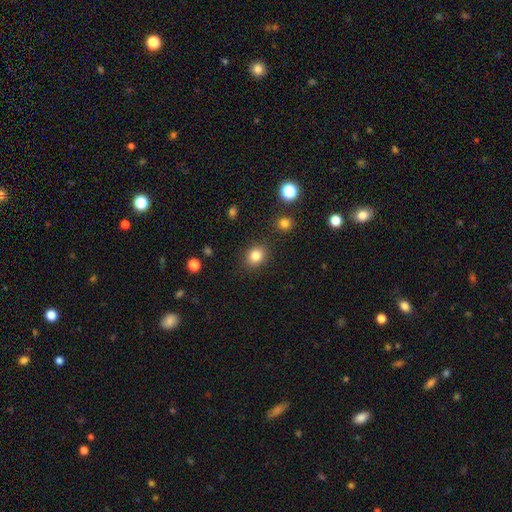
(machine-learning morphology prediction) smooth 83%, star or artifact 11%, featured or disk 6%. Down the decision tree: how rounded — round (59%); merging — none (86%).